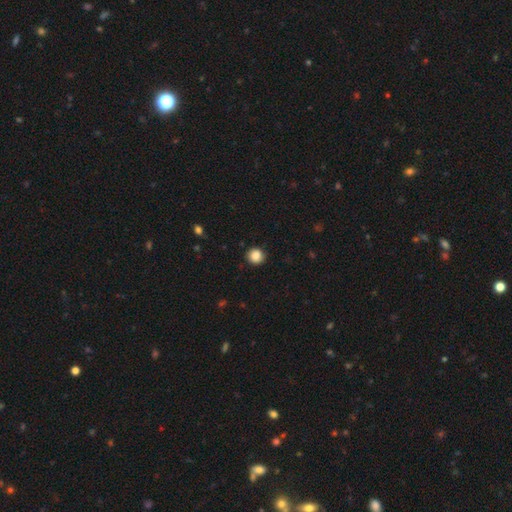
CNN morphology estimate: Smooth or featured? Predicted: smooth (p=0.87). How rounded? Predicted: round (p=0.93). Merging? Predicted: none (p=0.90).